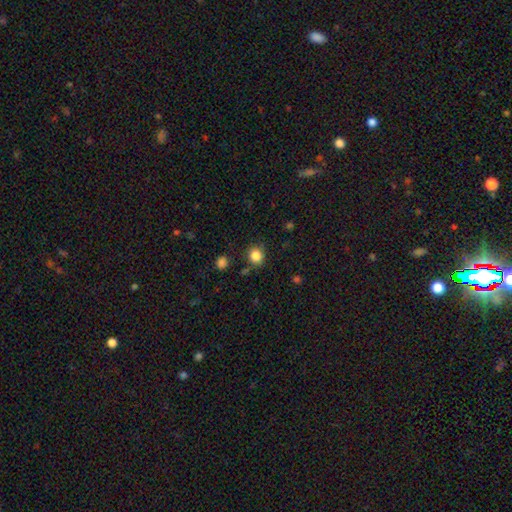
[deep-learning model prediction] Smooth or featured: smooth — 84% (star or artifact — 11%)
How rounded: round — 86% (in between — 13%)
Merging: none — 83% (minor disturbance — 10%)